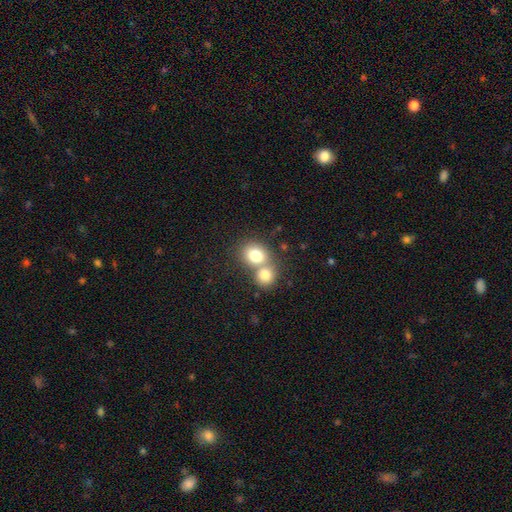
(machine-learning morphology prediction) A smooth galaxy with no disk features (77%) that is round (67%).

Vote fractions:
- Smooth or featured? smooth: 77% / featured or disk: 13% / star or artifact: 10%
- How rounded? round: 67% / in between: 32% / cigar-shaped: 1%
- Merging? merger: 56% / none: 35% / minor disturbance: 6% / major disturbance: 3%